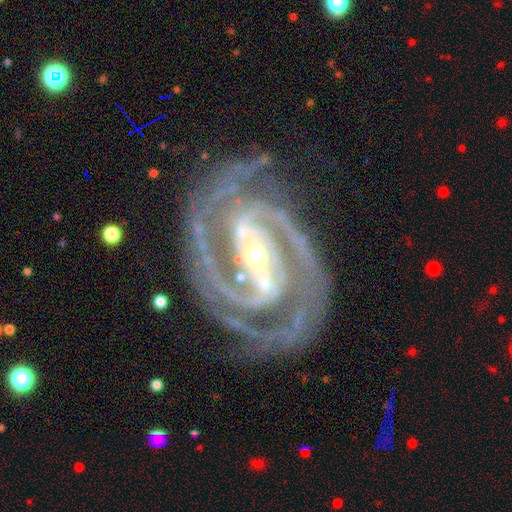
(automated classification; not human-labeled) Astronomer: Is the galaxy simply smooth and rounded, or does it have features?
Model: featured or disk — 94%.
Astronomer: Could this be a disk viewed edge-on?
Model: no — 97%.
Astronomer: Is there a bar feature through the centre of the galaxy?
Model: strong — 68%.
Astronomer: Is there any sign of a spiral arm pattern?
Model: yes — 99%.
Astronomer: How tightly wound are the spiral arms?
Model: tight — 62%.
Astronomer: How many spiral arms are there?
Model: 2 — 63%.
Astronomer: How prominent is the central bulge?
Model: small — 55% (runner-up: moderate, 41%).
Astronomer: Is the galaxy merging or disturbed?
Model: none — 77%.